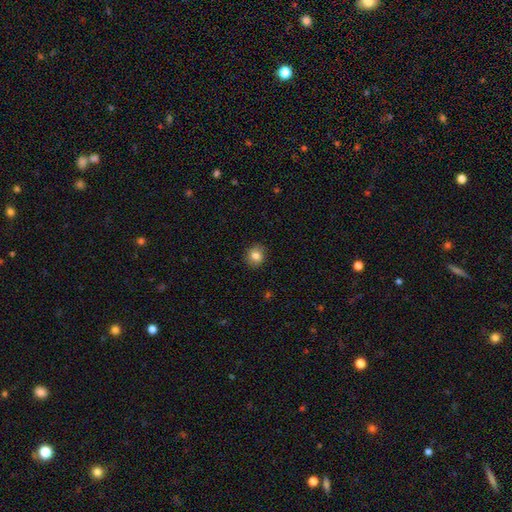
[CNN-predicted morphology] The model was most divided on "how rounded": round: 84%, in between: 15%, cigar-shaped: 1%. More confident: merging — none (89%); smooth or featured — smooth (83%).